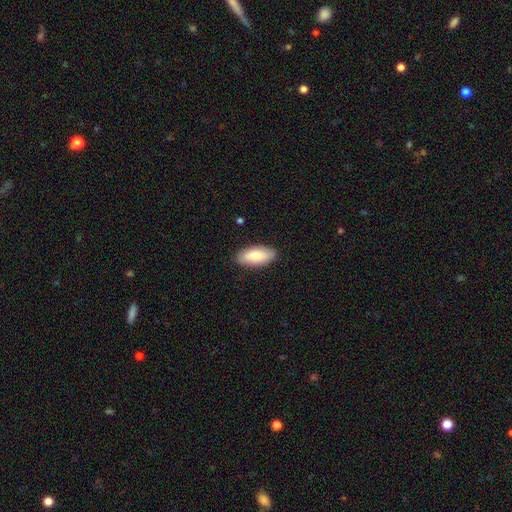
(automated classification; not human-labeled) This is clearly a smooth galaxy (84%). How rounded: clearly in between (87%). Merging: clearly none (87%).